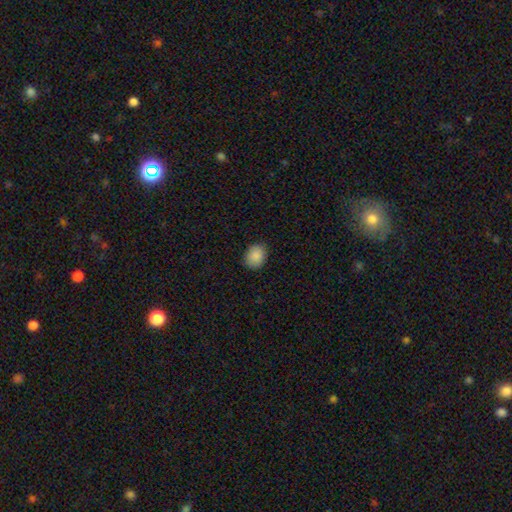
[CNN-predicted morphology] type=smooth (89%); roundness=in between (54%); merging=none (87%).